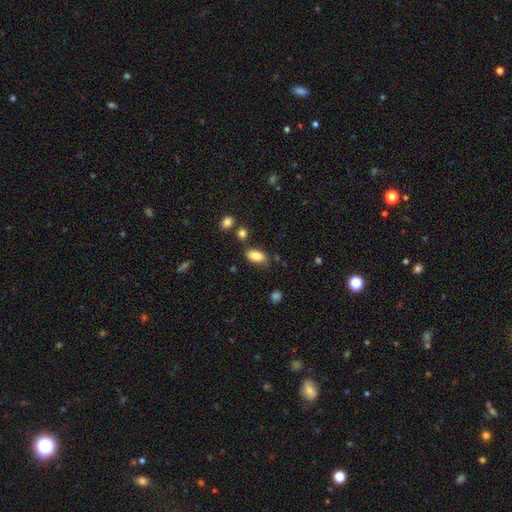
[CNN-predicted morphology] A smooth galaxy with no disk features (84%) that is in between round and cigar-shaped (92%).

Vote fractions:
- Smooth or featured? smooth: 84% / star or artifact: 8% / featured or disk: 8%
- How rounded? in between: 92% / round: 4% / cigar-shaped: 4%
- Merging? none: 70% / minor disturbance: 20% / merger: 5% / major disturbance: 5%